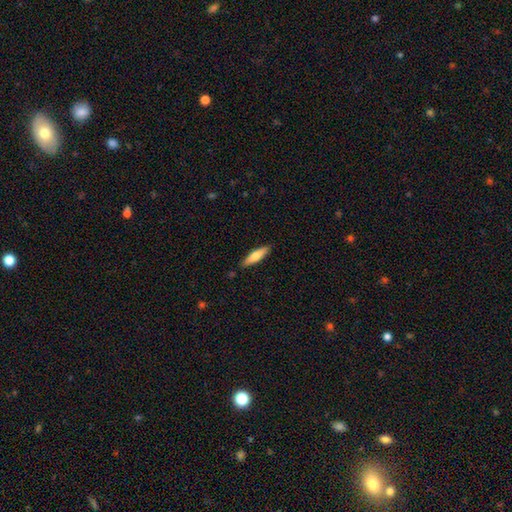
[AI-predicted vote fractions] Smooth or featured? Predicted: smooth (p=0.68). How rounded? Predicted: cigar-shaped (p=0.72). Merging? Predicted: none (p=0.87).